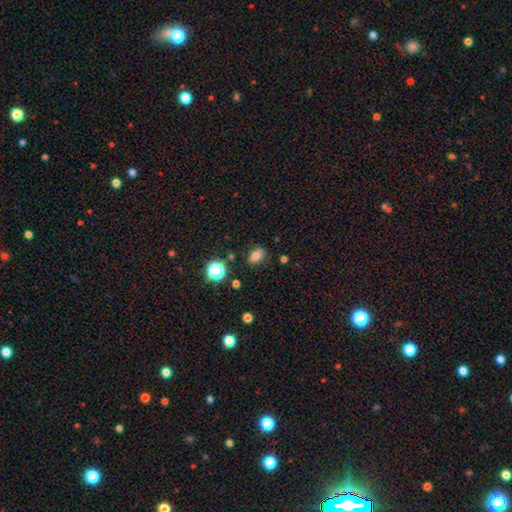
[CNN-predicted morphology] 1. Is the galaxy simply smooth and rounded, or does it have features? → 76% smooth, 15% star or artifact, 9% featured or disk.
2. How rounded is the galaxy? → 74% in between, 24% round, 3% cigar-shaped.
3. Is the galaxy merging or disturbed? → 78% none, 15% minor disturbance, 4% major disturbance, 3% merger.